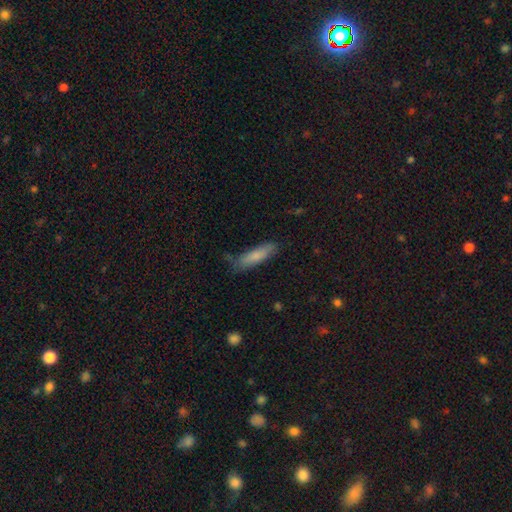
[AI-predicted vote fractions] smooth_or_featured: smooth (p=0.79) [alt: featured or disk p=0.14]
how_rounded: cigar-shaped (p=0.72) [alt: in between p=0.26]
merging: none (p=0.70) [alt: minor disturbance p=0.23]